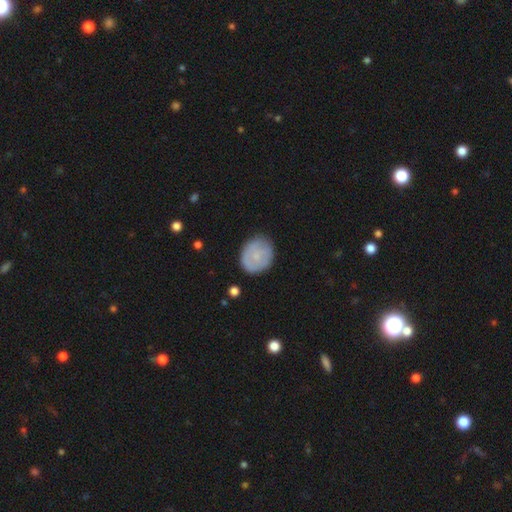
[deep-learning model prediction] smooth_or_featured: smooth (p=0.65) [alt: featured or disk p=0.29]
how_rounded: round (p=0.65) [alt: in between p=0.34]
merging: none (p=0.78) [alt: minor disturbance p=0.17]